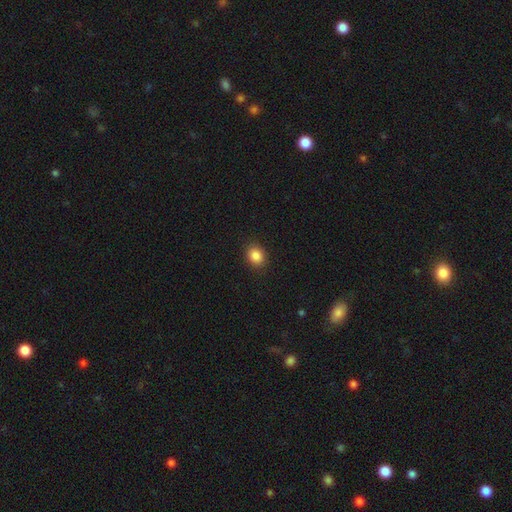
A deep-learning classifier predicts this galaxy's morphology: A smooth galaxy with no disk features (87%) that is round (52%). Merging: none (89%).